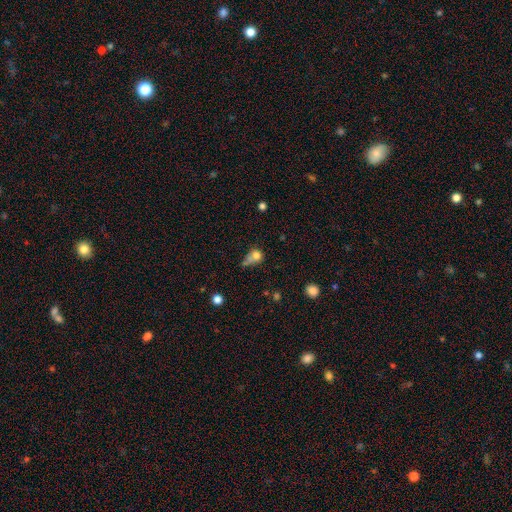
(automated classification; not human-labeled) This appears to be a smooth galaxy with no disk features (71%) that is round (55%). Merging: none (27%).